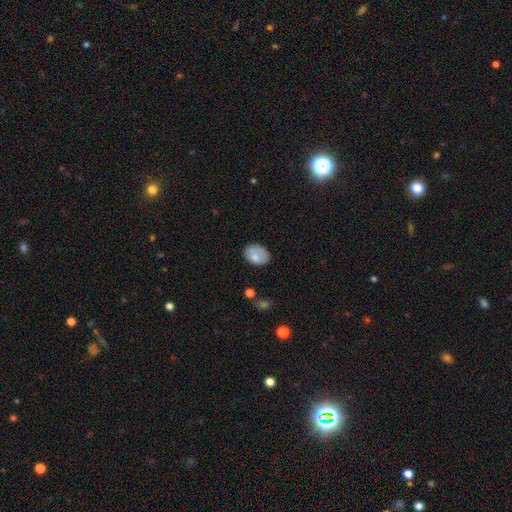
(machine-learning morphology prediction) Smooth or featured?
  - smooth: 72% *
  - featured or disk: 21%
  - star or artifact: 8%
How rounded?
  - in between: 80% *
  - round: 19%
  - cigar-shaped: 1%
Merging?
  - none: 62% *
  - minor disturbance: 26%
  - major disturbance: 10%
  - merger: 3%